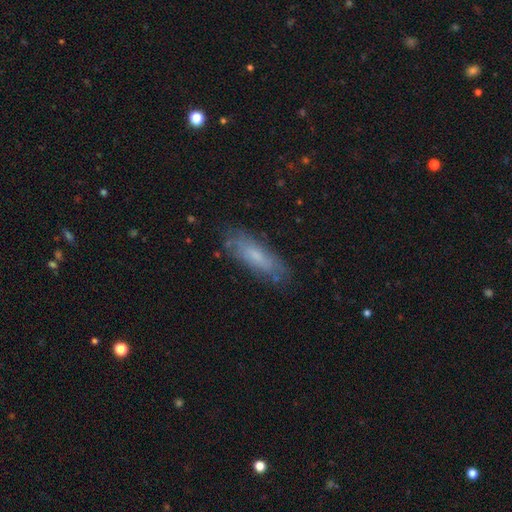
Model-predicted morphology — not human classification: smooth-or-featured: smooth: 55% | featured or disk: 37% | star or artifact: 8%
  how-rounded: in between: 50% | cigar-shaped: 48% | round: 2%
  merging: none: 75% | minor disturbance: 18% | major disturbance: 5% | merger: 2%